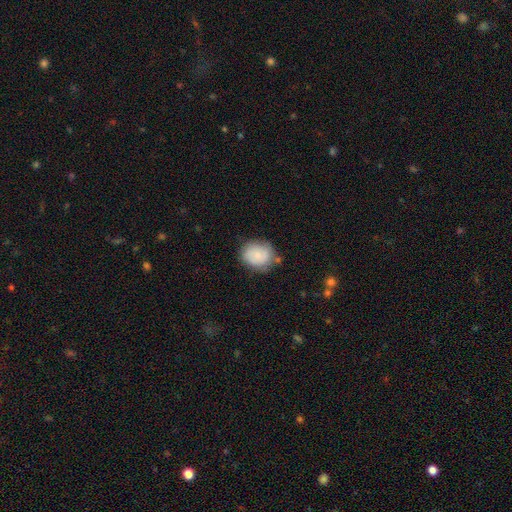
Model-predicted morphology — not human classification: This appears to be a smooth galaxy with no disk features (73%) that is round (60%). Merging: none (68%).